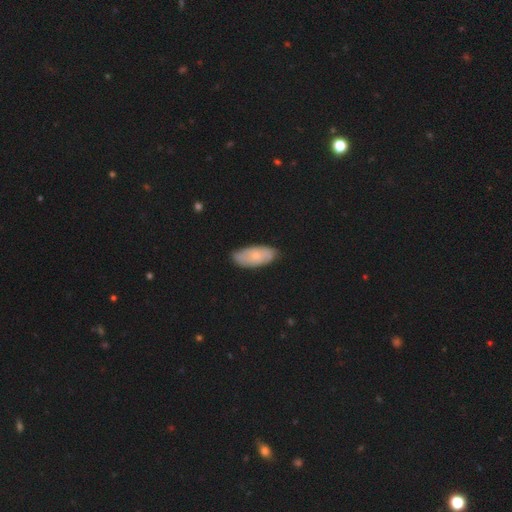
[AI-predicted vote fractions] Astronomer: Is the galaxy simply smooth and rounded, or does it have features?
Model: smooth — 57% (runner-up: featured or disk, 37%).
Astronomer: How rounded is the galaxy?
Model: in between — 89%.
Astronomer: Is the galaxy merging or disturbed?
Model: none — 77%.